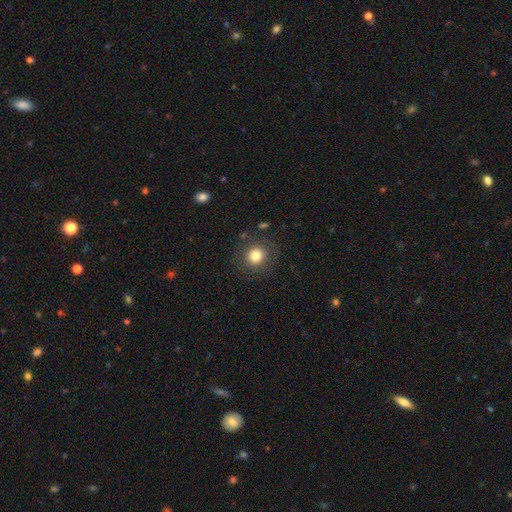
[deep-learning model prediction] This is likely a smooth galaxy (80%). How rounded: clearly round (90%). Merging: clearly none (85%).